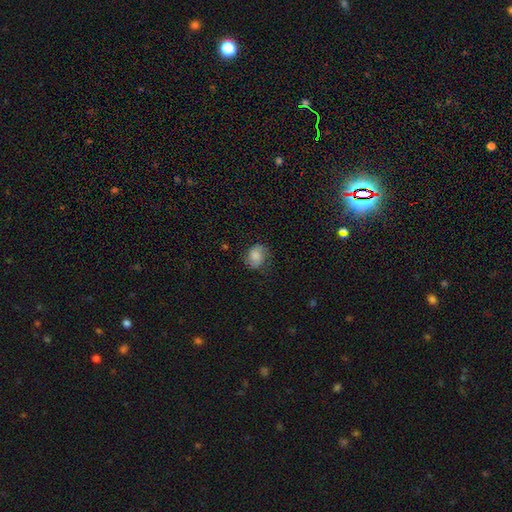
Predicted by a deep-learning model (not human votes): A smooth galaxy with no disk features (58%) that is round (58%).

Vote fractions:
- Smooth or featured? smooth: 58% / featured or disk: 33% / star or artifact: 9%
- How rounded? round: 58% / in between: 41% / cigar-shaped: 1%
- Merging? none: 63% / minor disturbance: 23% / major disturbance: 13% / merger: 1%